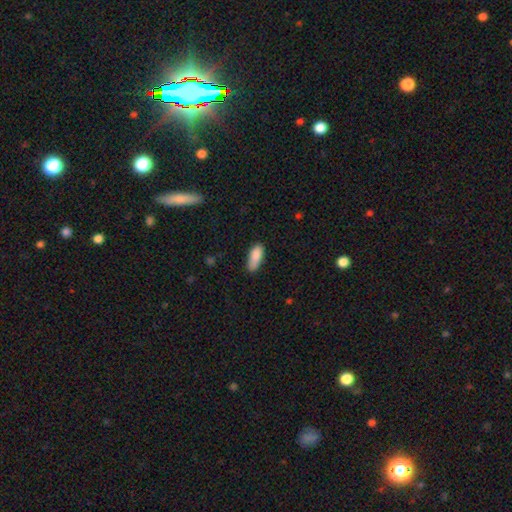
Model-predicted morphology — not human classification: Smooth or featured?
  - smooth: 87% *
  - star or artifact: 7%
  - featured or disk: 6%
How rounded?
  - in between: 77% *
  - cigar-shaped: 21%
  - round: 2%
Merging?
  - none: 69% *
  - minor disturbance: 24%
  - major disturbance: 4%
  - merger: 2%